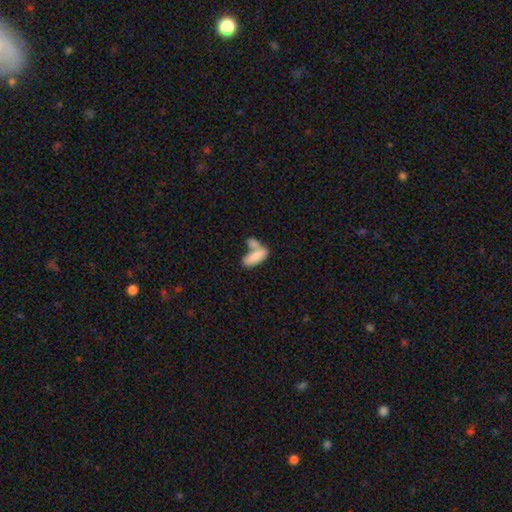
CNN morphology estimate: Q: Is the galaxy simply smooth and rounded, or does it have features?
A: smooth — 79%.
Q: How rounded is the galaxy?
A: in between — 77%.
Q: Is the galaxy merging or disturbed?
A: merger — 54%.